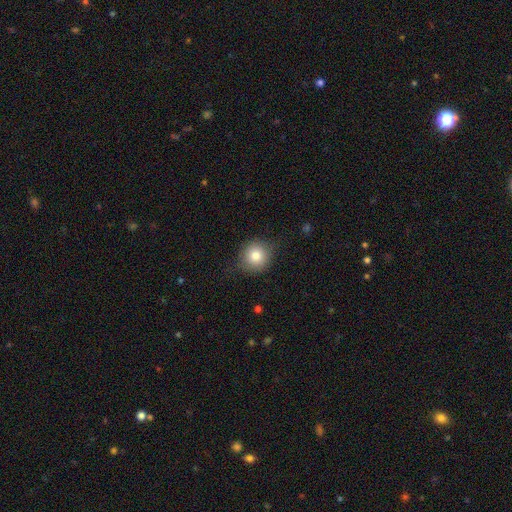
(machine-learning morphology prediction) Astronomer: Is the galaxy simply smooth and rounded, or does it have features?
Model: smooth — 81%.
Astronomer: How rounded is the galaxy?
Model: round — 89%.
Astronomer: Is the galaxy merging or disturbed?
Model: none — 79%.